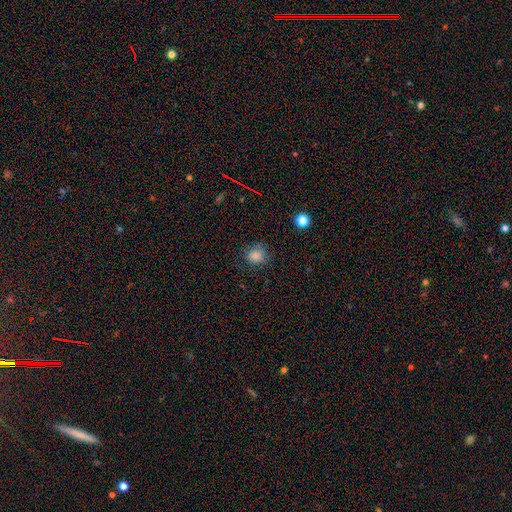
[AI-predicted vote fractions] This appears to be a smooth galaxy with no disk features (82%) that is round (70%). Merging: none (73%).